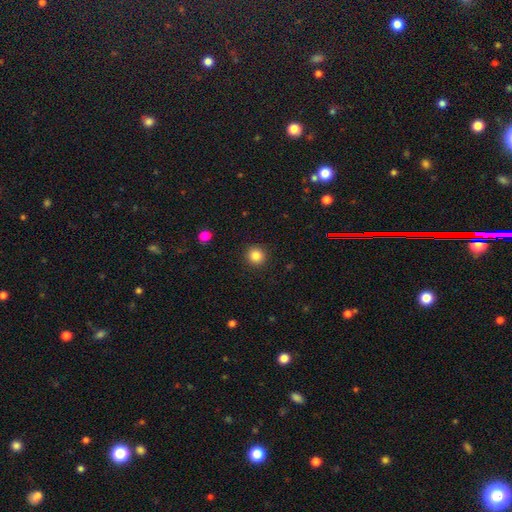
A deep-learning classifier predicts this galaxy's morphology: A smooth galaxy with no disk features (85%) that is round (94%).

Vote fractions:
- Smooth or featured? smooth: 85% / star or artifact: 11% / featured or disk: 4%
- How rounded? round: 94% / in between: 5% / cigar-shaped: 1%
- Merging? none: 92% / minor disturbance: 5% / major disturbance: 2% / merger: 1%